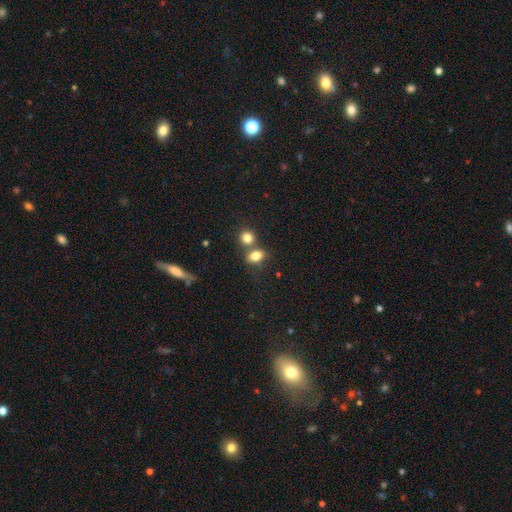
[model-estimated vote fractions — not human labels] Smooth or featured?
  - smooth: 80% *
  - star or artifact: 11%
  - featured or disk: 9%
How rounded?
  - in between: 67% *
  - round: 31%
  - cigar-shaped: 2%
Merging?
  - none: 46% *
  - merger: 38%
  - minor disturbance: 11%
  - major disturbance: 5%